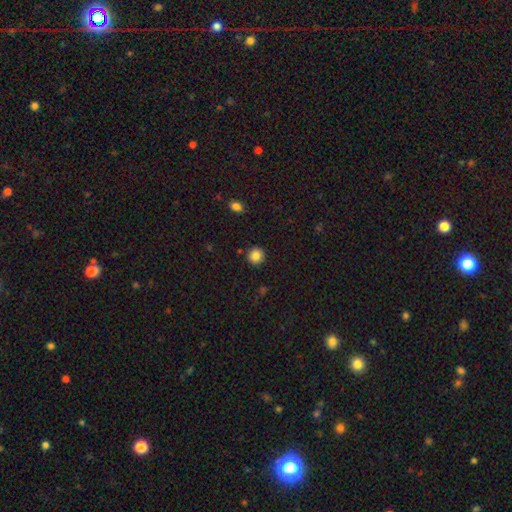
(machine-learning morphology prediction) This appears to be a smooth galaxy with no disk features (86%) that is round (92%). Merging: none (91%).